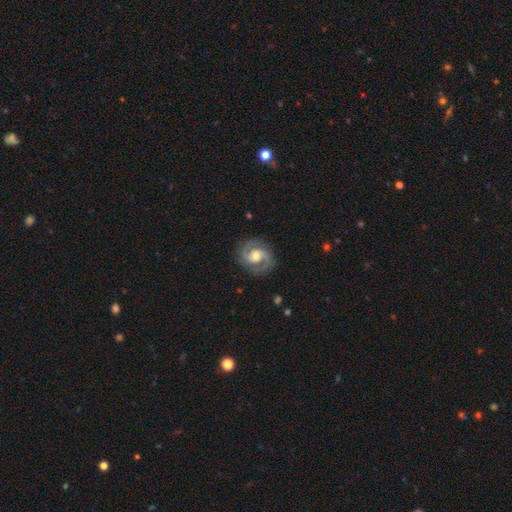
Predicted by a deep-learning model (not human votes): A featured or disk galaxy (87%) with a weak bar (46%), 2 (92%) medium (54%) spiral arms (97%) and a moderate central bulge (65%).

Vote fractions:
- Smooth or featured? featured or disk: 87% / smooth: 8% / star or artifact: 5%
- Edge-on disk? no: 98% / yes: 2%
- Bar? weak: 46% / no: 39% / strong: 14%
- Spiral arms? yes: 97% / no: 3%
- Spiral winding? medium: 54% / tight: 34% / loose: 12%
- Spiral arm count? 2: 92% / can't tell: 3% / 3: 2% / 1: 1% / 4: 1% / more than 4: 1%
- Bulge size? moderate: 65% / small: 17% / large: 14% / none: 2% / dominant: 1%
- Merging? none: 83% / minor disturbance: 11% / major disturbance: 4% / merger: 1%